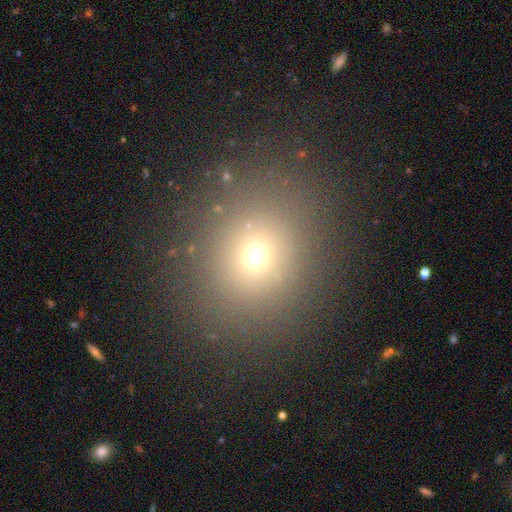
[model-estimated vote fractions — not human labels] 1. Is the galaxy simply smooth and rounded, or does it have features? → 66% smooth, 25% star or artifact, 9% featured or disk.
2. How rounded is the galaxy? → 80% round, 19% in between, 1% cigar-shaped.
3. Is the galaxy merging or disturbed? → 87% none, 7% minor disturbance, 4% major disturbance, 2% merger.